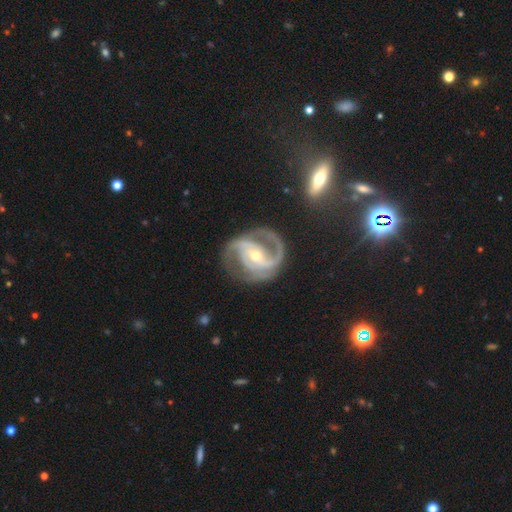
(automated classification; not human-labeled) Smooth or featured?
  - featured or disk: 92% *
  - star or artifact: 5%
  - smooth: 4%
Edge-on disk?
  - no: 98% *
  - yes: 2%
Bar?
  - weak: 37% *
  - no: 34%
  - strong: 30%
Spiral arms?
  - yes: 98% *
  - no: 2%
Spiral winding?
  - medium: 53% *
  - tight: 34%
  - loose: 13%
Spiral arm count?
  - 2: 63% *
  - 3: 22%
  - can't tell: 6%
  - 1: 4%
  - 4: 3%
  - more than 4: 3%
Bulge size?
  - small: 50% *
  - moderate: 46%
  - large: 2%
  - none: 1%
  - dominant: 1%
Merging?
  - none: 68% *
  - minor disturbance: 18%
  - major disturbance: 12%
  - merger: 2%